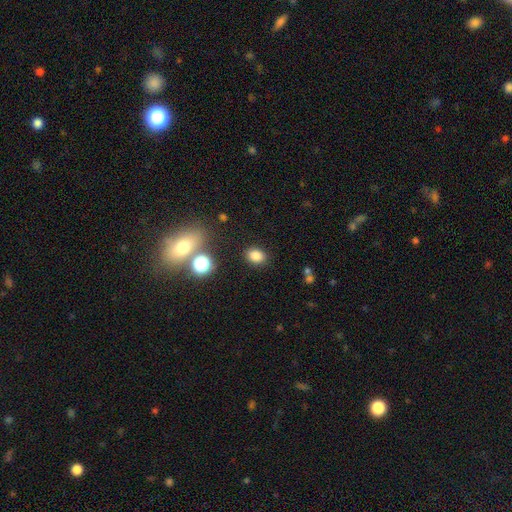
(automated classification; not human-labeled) Smooth or featured: smooth — 82% (star or artifact — 13%)
How rounded: in between — 64% (round — 35%)
Merging: none — 85% (minor disturbance — 9%)